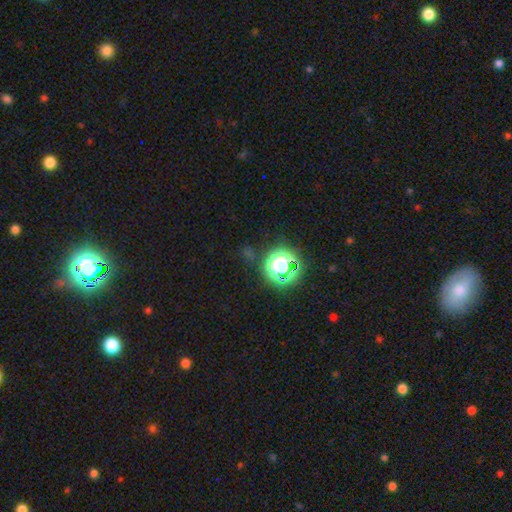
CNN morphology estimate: Smooth or featured? star or artifact (75%)